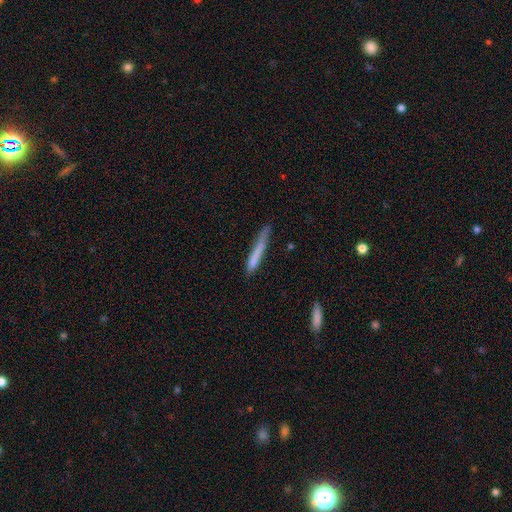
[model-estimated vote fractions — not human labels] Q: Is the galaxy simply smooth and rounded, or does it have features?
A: smooth — 71%.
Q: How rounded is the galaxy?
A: cigar-shaped — 95%.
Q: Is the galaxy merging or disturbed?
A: none — 64%.